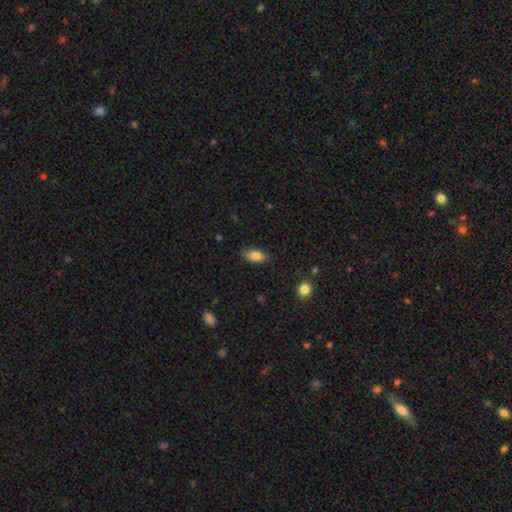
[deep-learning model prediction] This is clearly a smooth galaxy (84%). How rounded: clearly in between (88%). Merging: clearly none (83%).